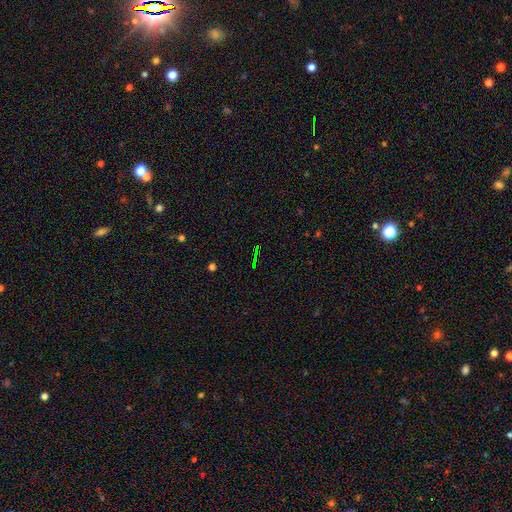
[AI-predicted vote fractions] smooth-or-featured: star or artifact: 72% | smooth: 15% | featured or disk: 13%